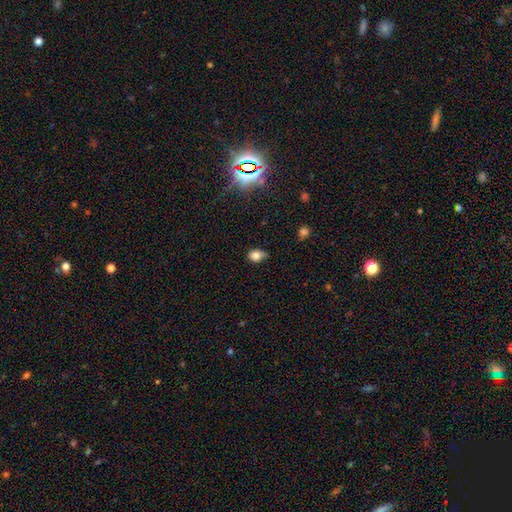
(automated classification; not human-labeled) Morphology: type=smooth (80%); roundness=in between (59%); merging=none (52%).